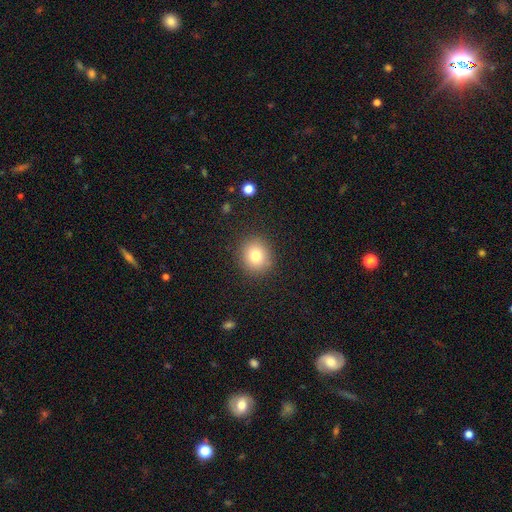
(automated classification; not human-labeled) smooth 78%, star or artifact 12%, featured or disk 10%. Down the decision tree: how rounded — round (83%); merging — none (88%).